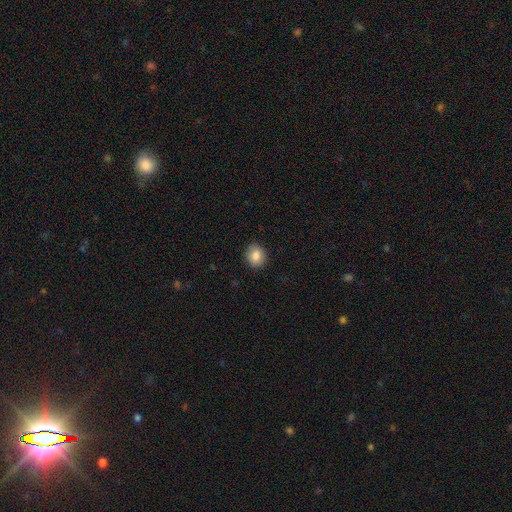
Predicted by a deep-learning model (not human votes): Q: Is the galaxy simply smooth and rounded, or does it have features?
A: smooth — 84%.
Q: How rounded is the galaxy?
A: round — 69%.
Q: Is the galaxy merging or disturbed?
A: none — 88%.